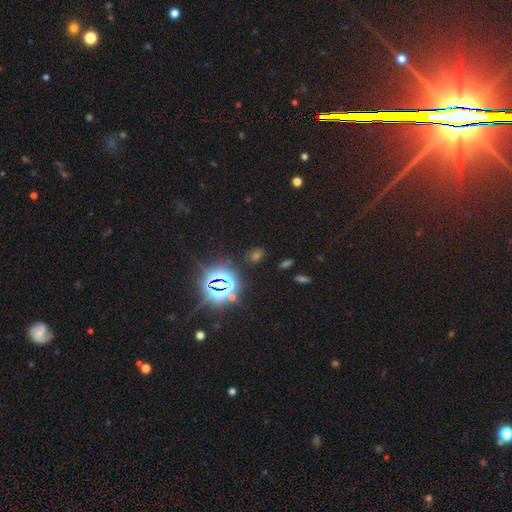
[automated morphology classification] Smooth or featured? Predicted: star or artifact (p=0.67).